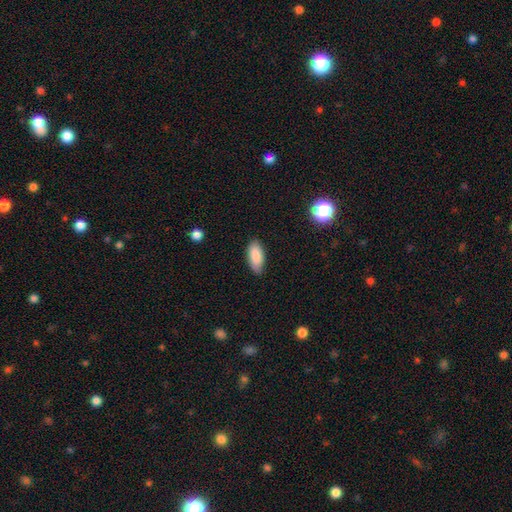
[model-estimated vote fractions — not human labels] Q: Smooth or featured?
A: smooth (88%); runner-up: star or artifact (7%)
Q: How rounded?
A: in between (86%); runner-up: cigar-shaped (12%)
Q: Merging?
A: none (84%); runner-up: minor disturbance (13%)